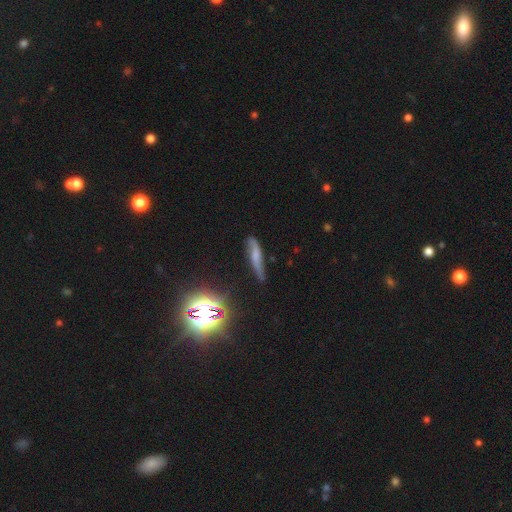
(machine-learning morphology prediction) featured or disk 45%, smooth 42%, star or artifact 13%. Down the decision tree: merging — none (58%).